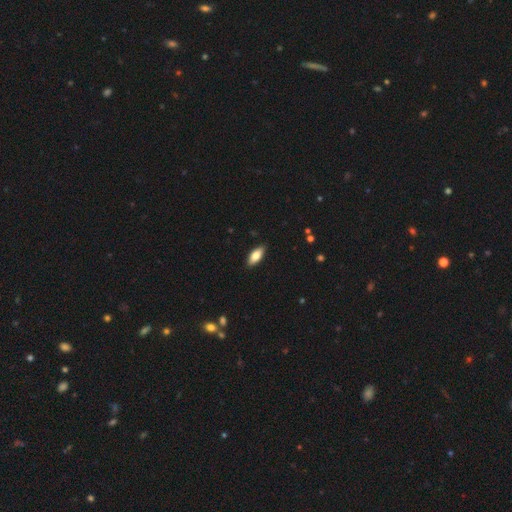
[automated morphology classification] A smooth galaxy with no disk features (78%) that is in between round and cigar-shaped (84%). Merging: none (88%).